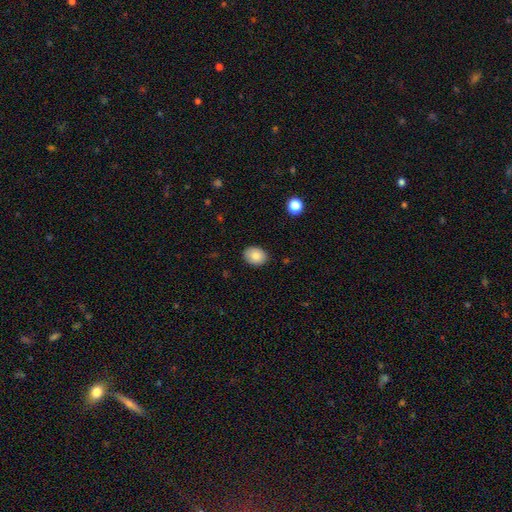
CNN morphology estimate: Smooth or featured? Predicted: smooth (p=0.84). How rounded? Predicted: in between (p=0.67). Merging? Predicted: none (p=0.87).